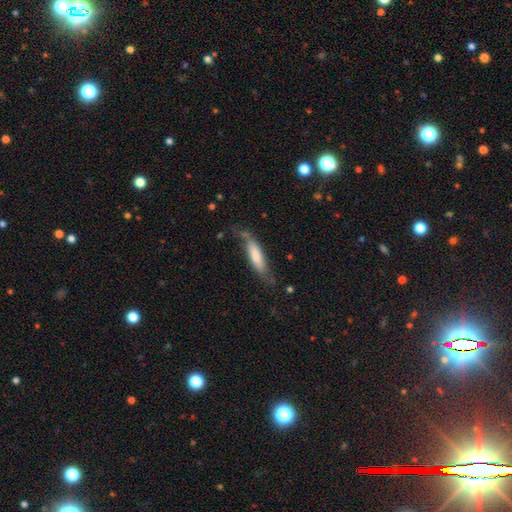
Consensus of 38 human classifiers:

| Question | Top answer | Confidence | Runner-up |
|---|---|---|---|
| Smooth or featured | smooth | 66% | featured or disk (24%) |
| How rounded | cigar-shaped | 80% | in between (20%) |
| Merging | none | 59% | minor disturbance (24%) |